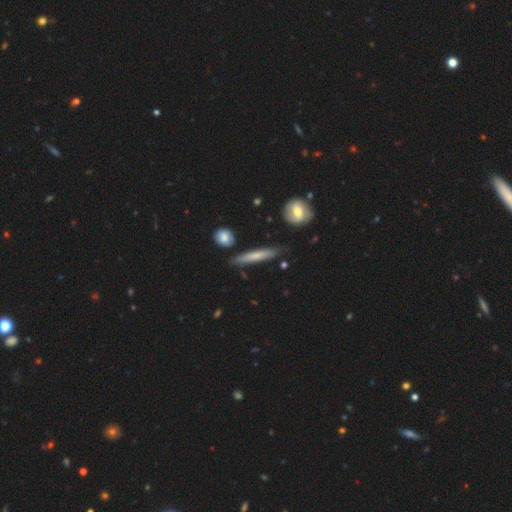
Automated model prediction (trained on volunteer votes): Q: Smooth or featured?
A: smooth (56%); runner-up: featured or disk (38%)
Q: How rounded?
A: cigar-shaped (90%); runner-up: in between (8%)
Q: Merging?
A: none (80%); runner-up: minor disturbance (14%)